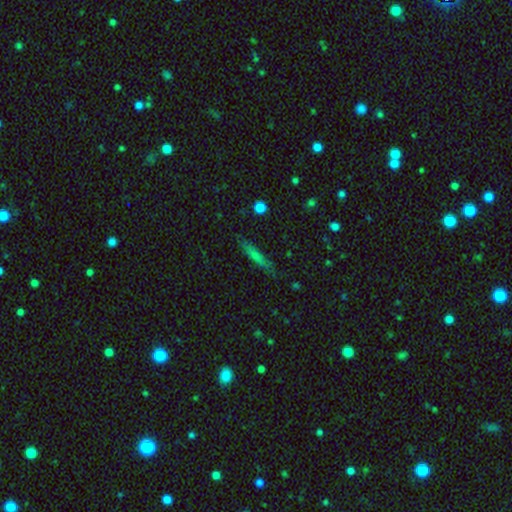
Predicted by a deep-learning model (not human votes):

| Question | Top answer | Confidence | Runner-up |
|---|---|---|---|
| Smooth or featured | smooth | 67% | featured or disk (24%) |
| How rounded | cigar-shaped | 88% | in between (10%) |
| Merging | none | 80% | minor disturbance (15%) |